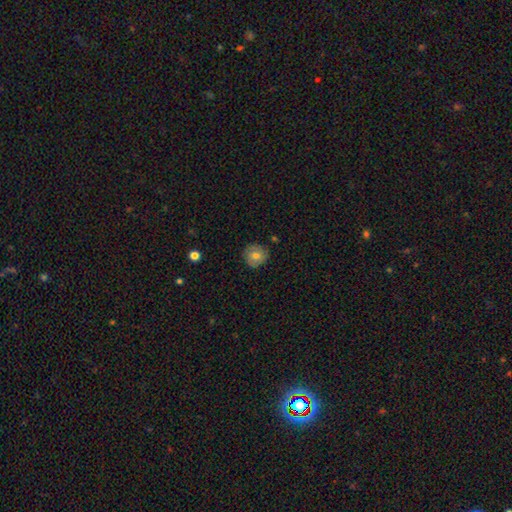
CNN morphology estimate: type=smooth (75%); roundness=round (90%); merging=none (83%).